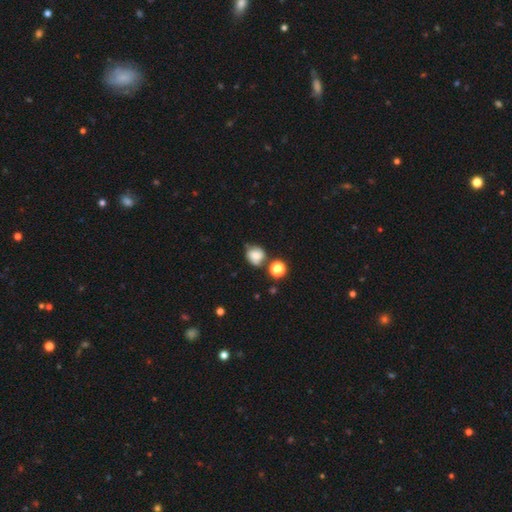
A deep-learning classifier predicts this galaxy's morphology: This is likely a smooth galaxy (71%). How rounded: likely round (72%). Merging: possibly none (52%).